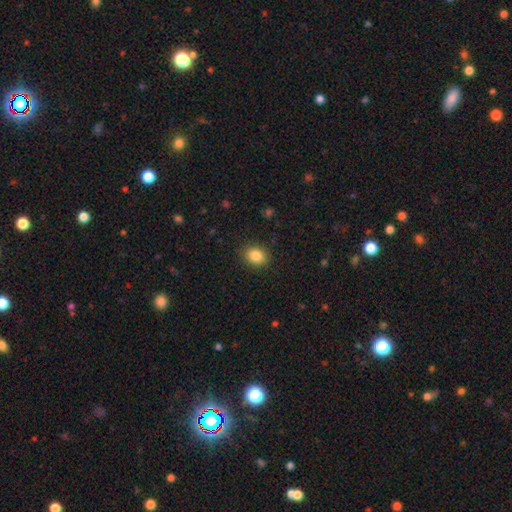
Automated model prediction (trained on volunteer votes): The model was most divided on "how rounded": in between: 52%, round: 47%, cigar-shaped: 1%. More confident: merging — none (88%); smooth or featured — smooth (85%).